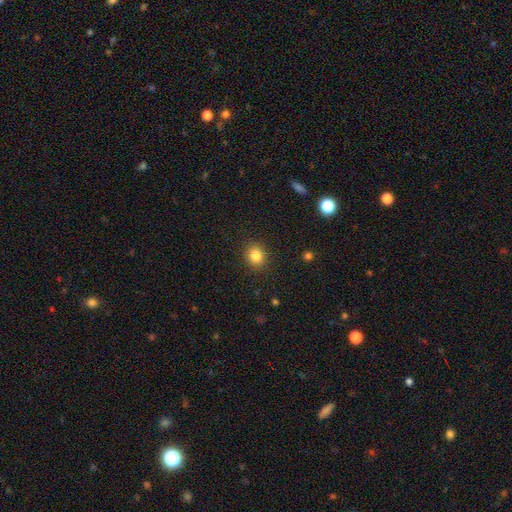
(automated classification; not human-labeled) Morphology: type=smooth (84%); roundness=round (76%); merging=none (90%).